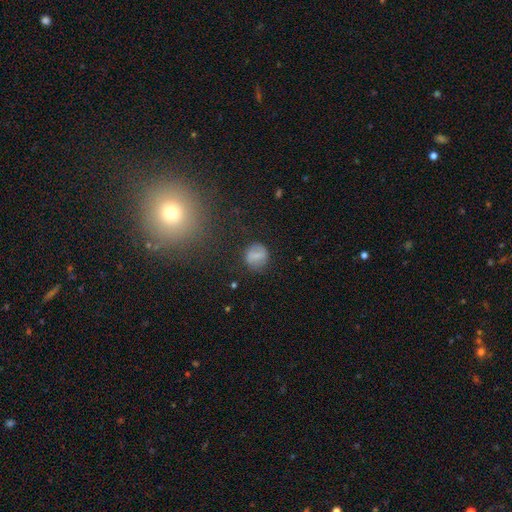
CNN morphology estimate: smooth-or-featured: smooth: 59% | featured or disk: 30% | star or artifact: 11%
  how-rounded: round: 80% | in between: 18% | cigar-shaped: 2%
  merging: none: 77% | minor disturbance: 14% | major disturbance: 6% | merger: 2%